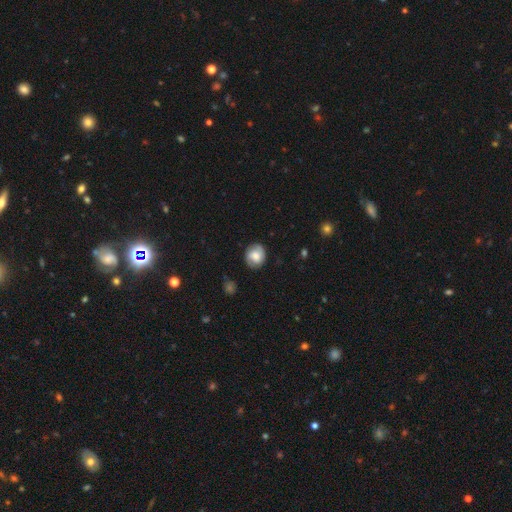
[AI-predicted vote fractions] smooth-or-featured: smooth: 59% | featured or disk: 33% | star or artifact: 8%
  how-rounded: round: 69% | in between: 30% | cigar-shaped: 1%
  merging: none: 81% | minor disturbance: 14% | major disturbance: 4% | merger: 1%